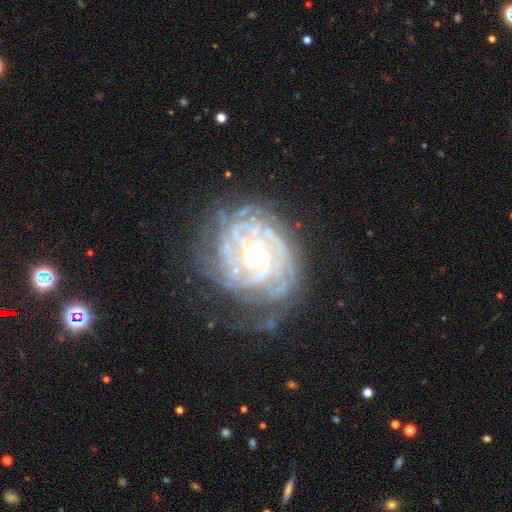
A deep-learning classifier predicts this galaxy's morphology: This is clearly a featured or disk galaxy (88%). It is clearly not viewed edge-on (97%). Bar: likely no (71%). Spiral arm pattern: clearly yes (95%). Spiral arm count: marginally can't tell (38%). Spiral winding: likely tight (75%). Central bulge: possibly moderate (58%). Merging: likely none (62%).